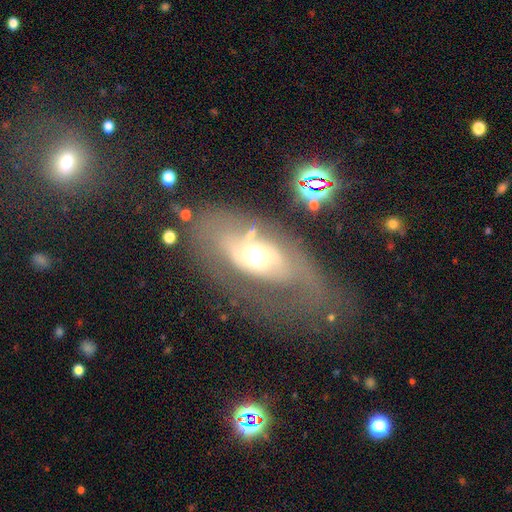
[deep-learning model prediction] This is likely a featured or disk galaxy (64%). It is clearly not viewed edge-on (89%). Bar: likely no (68%). Spiral arm pattern: likely yes (64%). Central bulge: likely moderate (67%). Merging: marginally none (38%).